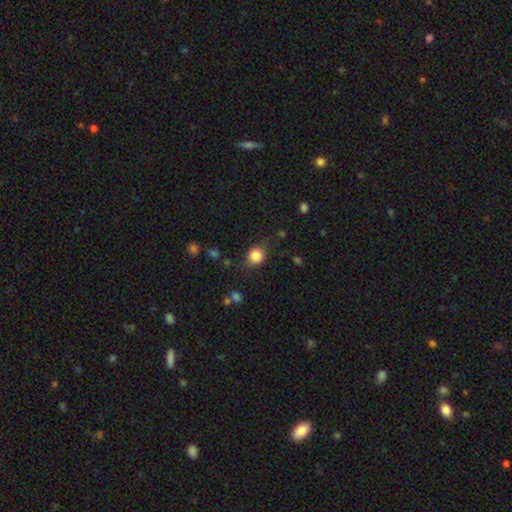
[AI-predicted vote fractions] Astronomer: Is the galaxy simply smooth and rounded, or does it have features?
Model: smooth — 82%.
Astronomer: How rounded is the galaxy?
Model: round — 72%.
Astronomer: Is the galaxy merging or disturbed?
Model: none — 70%.